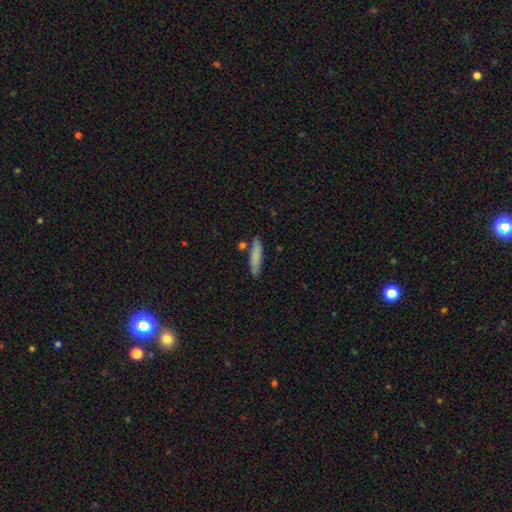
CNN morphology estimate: Smooth or featured: smooth — 81% (featured or disk — 12%)
How rounded: cigar-shaped — 83% (in between — 15%)
Merging: none — 80% (minor disturbance — 12%)